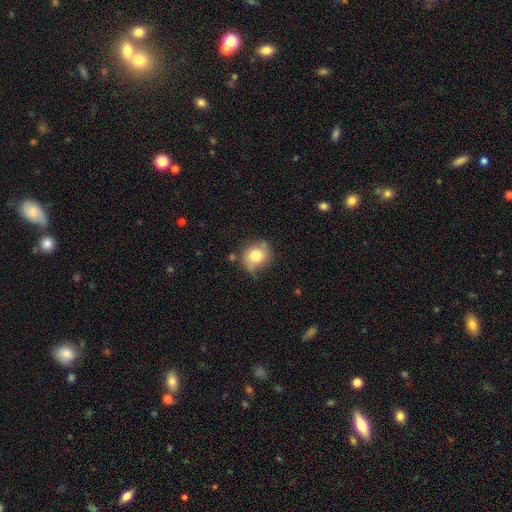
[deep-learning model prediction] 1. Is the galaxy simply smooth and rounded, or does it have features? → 74% smooth, 17% featured or disk, 9% star or artifact.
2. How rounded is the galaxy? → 70% round, 29% in between, 1% cigar-shaped.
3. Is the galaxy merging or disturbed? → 63% none, 26% minor disturbance, 6% major disturbance, 4% merger.